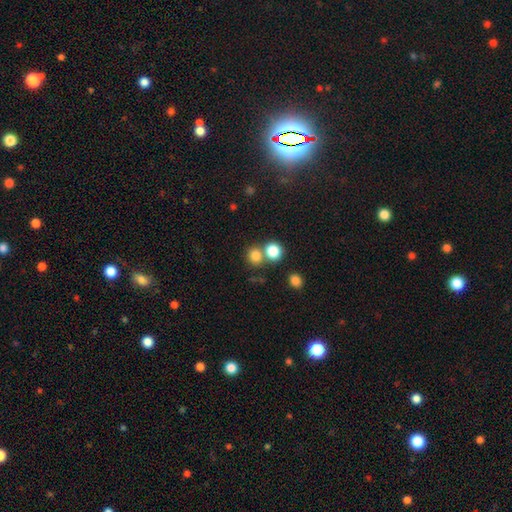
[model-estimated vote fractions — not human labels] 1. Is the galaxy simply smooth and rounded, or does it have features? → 80% smooth, 13% star or artifact, 7% featured or disk.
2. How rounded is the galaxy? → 86% round, 13% in between, 1% cigar-shaped.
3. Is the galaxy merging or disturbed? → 57% none, 33% merger, 7% minor disturbance, 3% major disturbance.